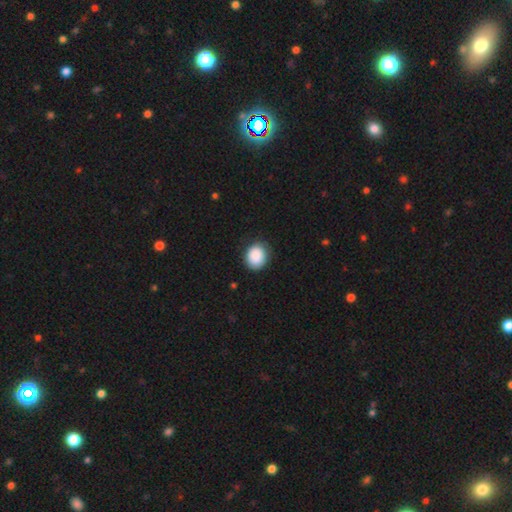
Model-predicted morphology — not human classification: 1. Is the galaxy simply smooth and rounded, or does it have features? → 89% smooth, 7% star or artifact, 4% featured or disk.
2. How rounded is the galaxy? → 62% round, 37% in between, 1% cigar-shaped.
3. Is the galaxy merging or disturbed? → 82% none, 14% minor disturbance, 3% major disturbance, 1% merger.